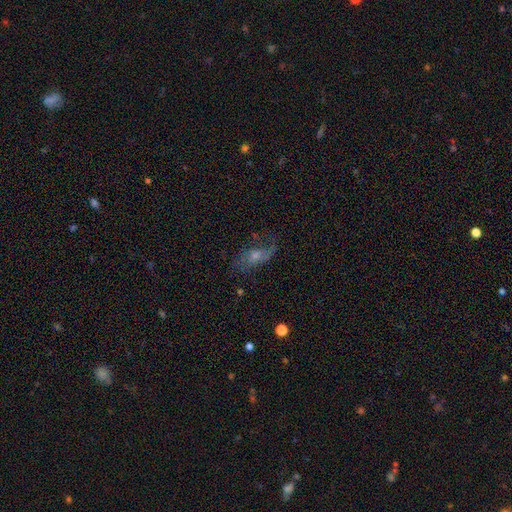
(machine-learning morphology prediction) A featured or disk galaxy (52%). Merging: none (48%).